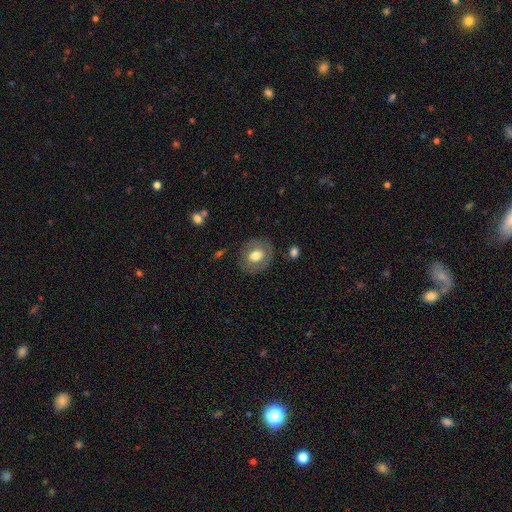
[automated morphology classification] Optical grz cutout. It shows a smooth galaxy with no disk features (66%) that is round (60%). Merging: none (83%).